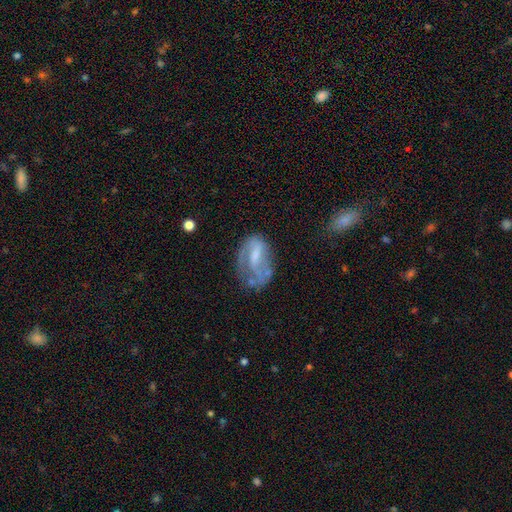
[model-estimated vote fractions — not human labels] featured or disk 63%, smooth 29%, star or artifact 8%. Down the decision tree: edge-on disk — no (96%); bar — weak (46%); spiral arms — yes (65%); bulge size — moderate (34%); merging — none (43%).